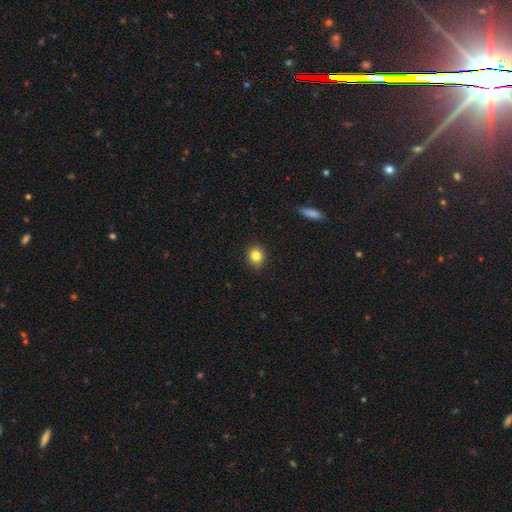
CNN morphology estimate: A smooth galaxy with no disk features (83%) that is round (72%).

Vote fractions:
- Smooth or featured? smooth: 83% / star or artifact: 10% / featured or disk: 7%
- How rounded? round: 72% / in between: 27% / cigar-shaped: 1%
- Merging? none: 89% / minor disturbance: 8% / major disturbance: 2% / merger: 1%